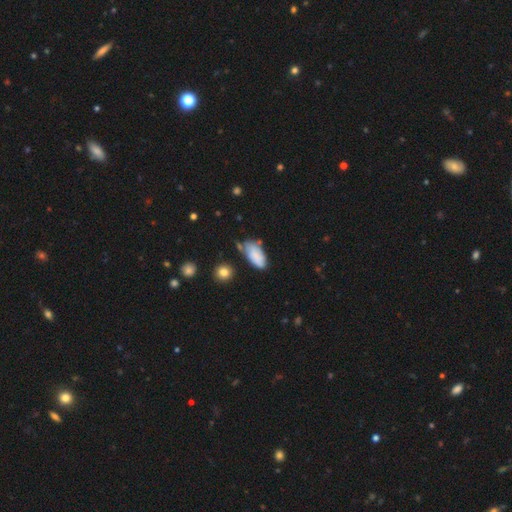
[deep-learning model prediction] smooth-or-featured: smooth: 80% | featured or disk: 13% | star or artifact: 7%
  how-rounded: in between: 90% | cigar-shaped: 8% | round: 3%
  merging: none: 55% | minor disturbance: 29% | merger: 8% | major disturbance: 8%